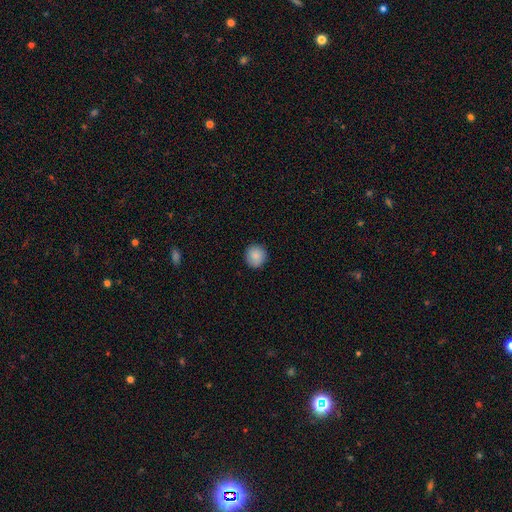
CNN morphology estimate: Overall: smooth (88%). How rounded: round (93%). Merging: none (91%).